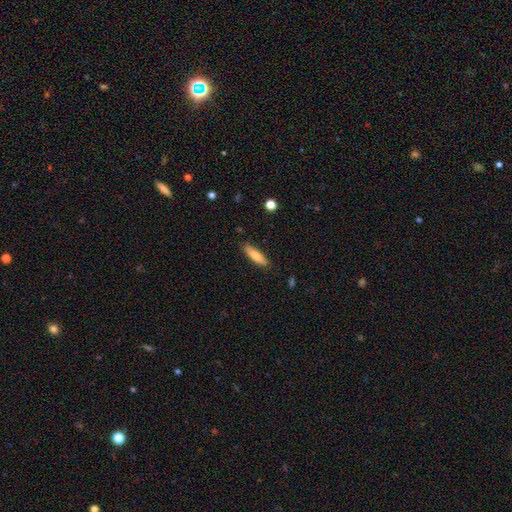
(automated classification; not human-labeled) smooth_or_featured: smooth (p=0.74) [alt: featured or disk p=0.19]
how_rounded: cigar-shaped (p=0.65) [alt: in between p=0.34]
merging: none (p=0.87) [alt: minor disturbance p=0.10]